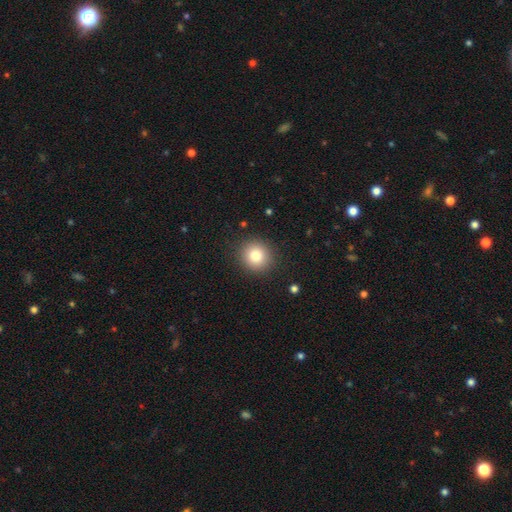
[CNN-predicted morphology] smooth 82%, star or artifact 11%, featured or disk 7%. Down the decision tree: how rounded — round (91%); merging — none (90%).